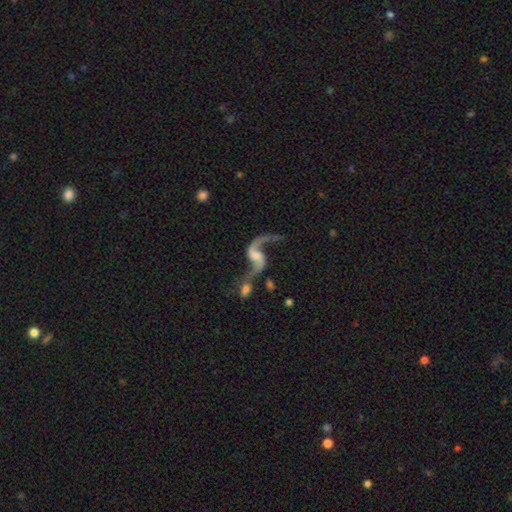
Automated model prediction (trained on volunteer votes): A featured or disk galaxy (87%) with no bar (42%, tied with weak), 2 (90%) loose (90%) spiral arms (95%) and no central bulge (40%).

Vote fractions:
- Smooth or featured? featured or disk: 87% / smooth: 6% / star or artifact: 6%
- Edge-on disk? no: 97% / yes: 3%
- Bar? no: 42% (tied) / weak: 42% (tied) / strong: 16%
- Spiral arms? yes: 95% / no: 5%
- Spiral winding? loose: 90% / medium: 8% / tight: 2%
- Spiral arm count? 2: 90% / 1: 6% / can't tell: 2% / 3: 1% / 4: 1% / more than 4: 1%
- Bulge size? none: 40% / small: 26% / moderate: 22% / large: 9% / dominant: 2%
- Merging? none: 41% / merger: 32% / major disturbance: 14% / minor disturbance: 13%